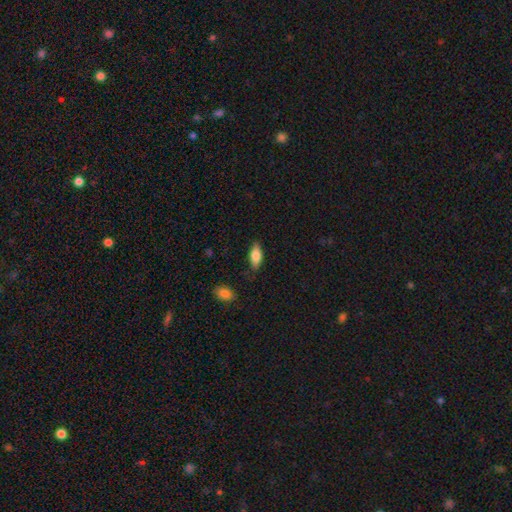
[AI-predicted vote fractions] Smooth or featured? Predicted: smooth (p=0.77). How rounded? Predicted: in between (p=0.78). Merging? Predicted: none (p=0.80).